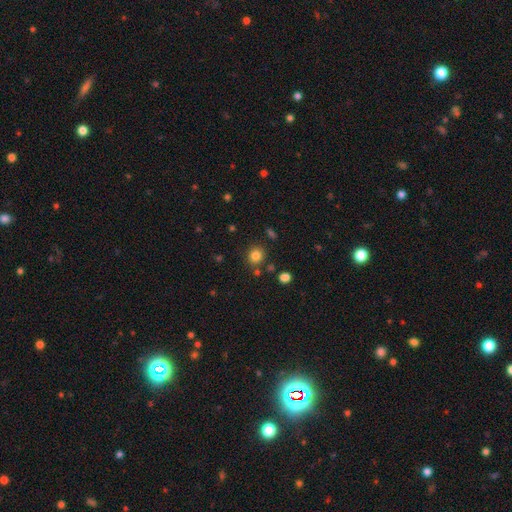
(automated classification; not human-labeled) Overall: smooth (82%). How rounded: round (85%). Merging: none (83%).